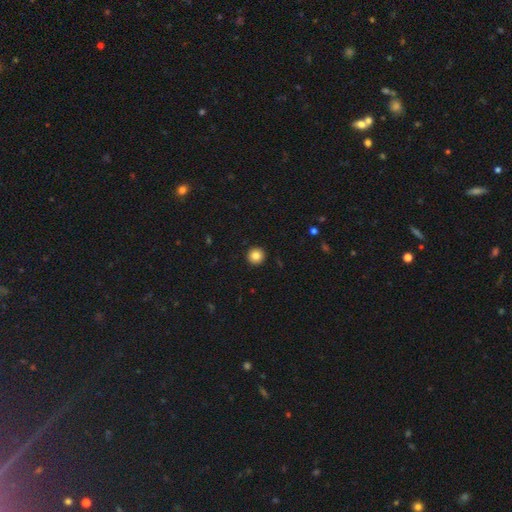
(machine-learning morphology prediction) type=smooth (84%); roundness=round (95%); merging=none (93%).